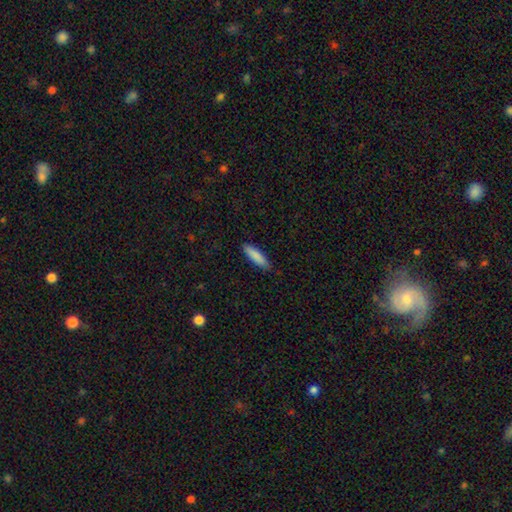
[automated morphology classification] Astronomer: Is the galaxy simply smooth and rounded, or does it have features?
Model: smooth — 87%.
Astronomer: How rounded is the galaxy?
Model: cigar-shaped — 67%.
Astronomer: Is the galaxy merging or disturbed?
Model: none — 87%.